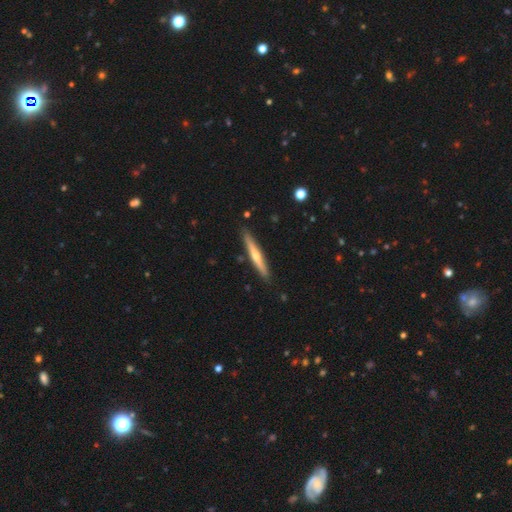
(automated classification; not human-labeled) Morphology: type=featured or disk (57%); edge-on=yes (95%); edge-on bulge=rounded (76%); merging=none (89%).